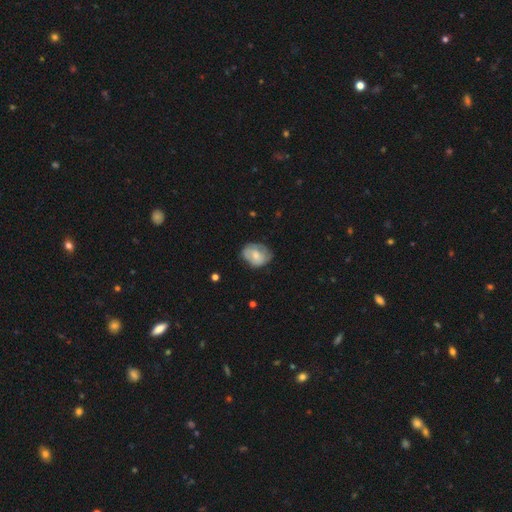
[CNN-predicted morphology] smooth-or-featured: smooth: 61% | featured or disk: 32% | star or artifact: 7%
  how-rounded: in between: 62% | round: 37% | cigar-shaped: 1%
  merging: none: 58% | minor disturbance: 31% | major disturbance: 9% | merger: 1%